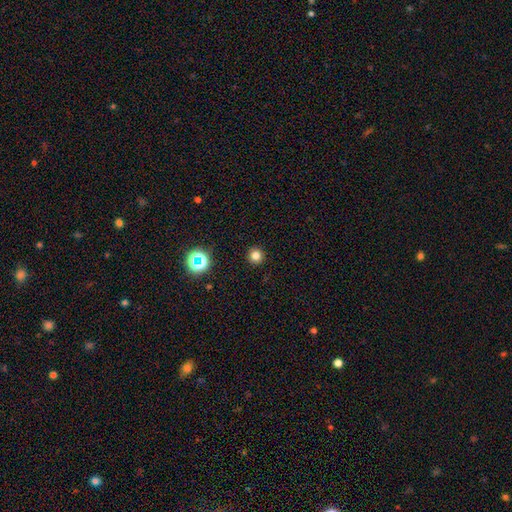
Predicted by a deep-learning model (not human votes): Smooth or featured? smooth (77%)
How rounded? round (95%)
Merging? none (93%)